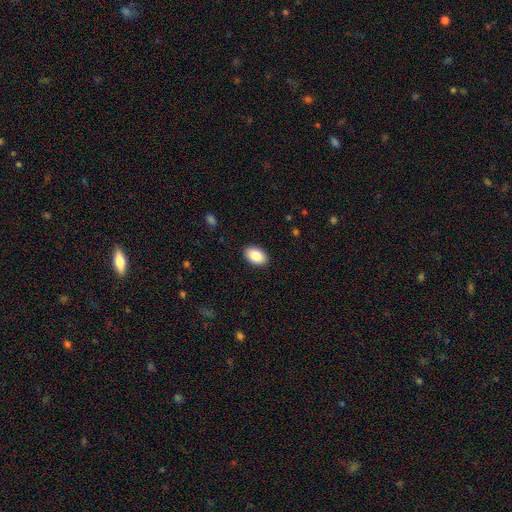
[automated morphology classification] smooth_or_featured: smooth (p=0.89) [alt: star or artifact p=0.06]
how_rounded: in between (p=0.91) [alt: round p=0.08]
merging: none (p=0.90) [alt: minor disturbance p=0.08]